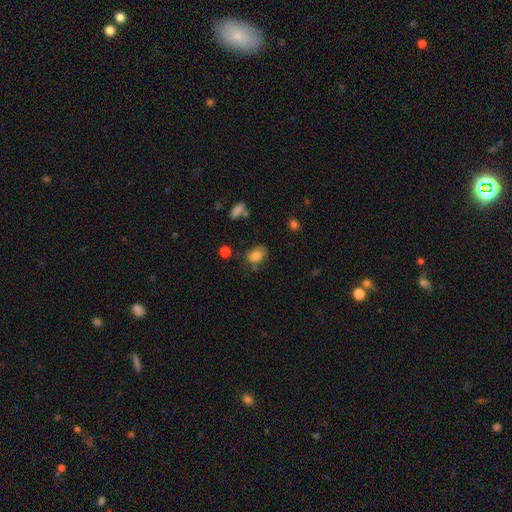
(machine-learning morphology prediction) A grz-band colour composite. It shows a smooth galaxy with no disk features (83%) that is in between round and cigar-shaped (78%). Merging: none (63%).